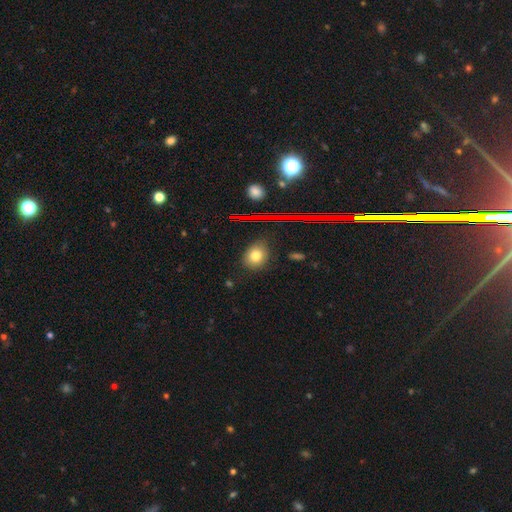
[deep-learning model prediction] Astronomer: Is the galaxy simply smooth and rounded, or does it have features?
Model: smooth — 75%.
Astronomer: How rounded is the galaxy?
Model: round — 59% (runner-up: in between, 40%).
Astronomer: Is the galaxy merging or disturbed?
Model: none — 83%.